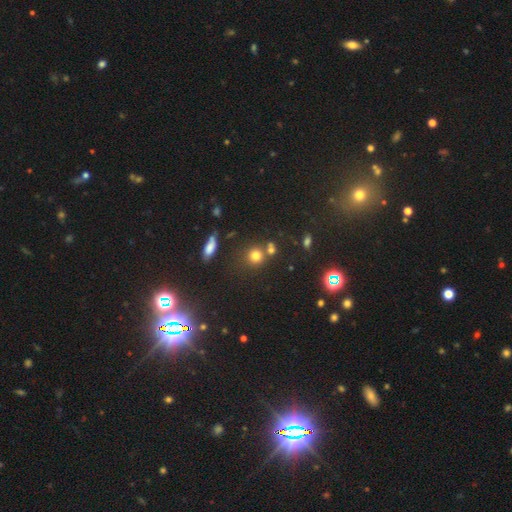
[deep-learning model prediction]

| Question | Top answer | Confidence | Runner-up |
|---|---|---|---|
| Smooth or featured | smooth | 71% | star or artifact (20%) |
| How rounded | round | 87% | in between (11%) |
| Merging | none | 64% | merger (22%) |